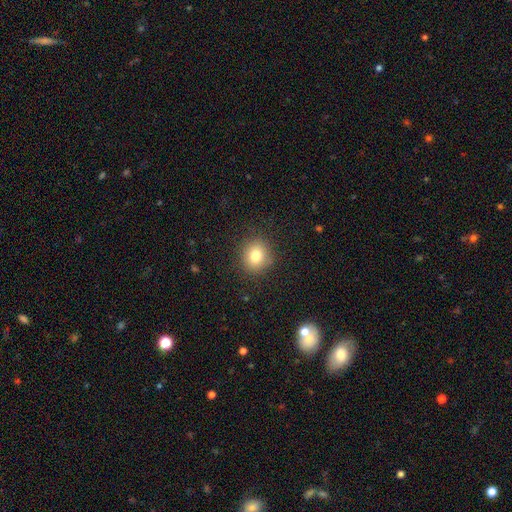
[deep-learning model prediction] This is clearly a smooth galaxy (80%). How rounded: clearly round (81%). Merging: clearly none (88%).